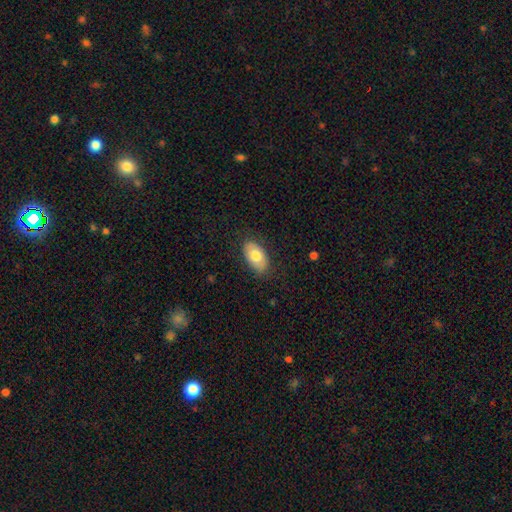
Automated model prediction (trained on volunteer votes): Smooth or featured?
  - smooth: 75% *
  - featured or disk: 18%
  - star or artifact: 6%
How rounded?
  - in between: 94% *
  - round: 5%
  - cigar-shaped: 2%
Merging?
  - none: 82% *
  - minor disturbance: 14%
  - major disturbance: 3%
  - merger: 1%